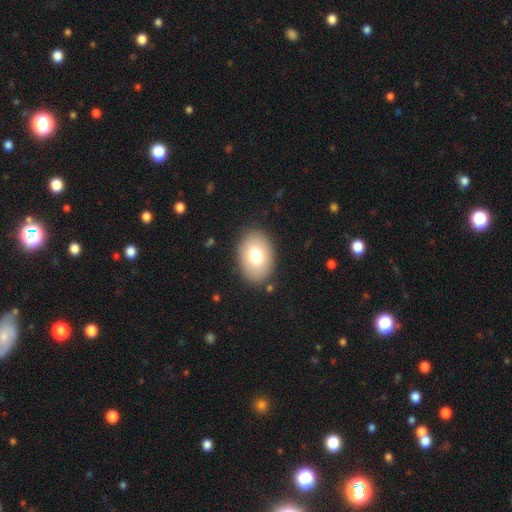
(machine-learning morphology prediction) type=smooth (76%); roundness=in between (82%); merging=none (87%).